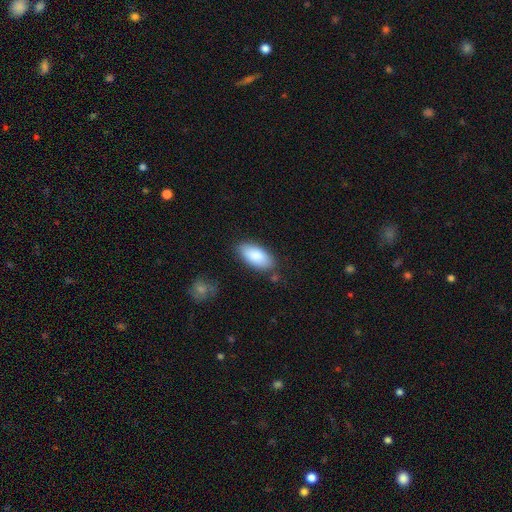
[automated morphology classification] smooth 86%, featured or disk 8%, star or artifact 6%. Down the decision tree: how rounded — in between (91%); merging — none (80%).